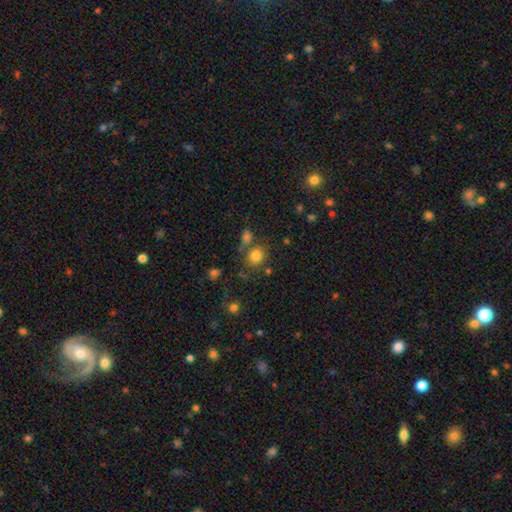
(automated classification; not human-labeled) Smooth or featured? Predicted: smooth (p=0.79). How rounded? Predicted: round (p=0.75). Merging? Predicted: none (p=0.66).